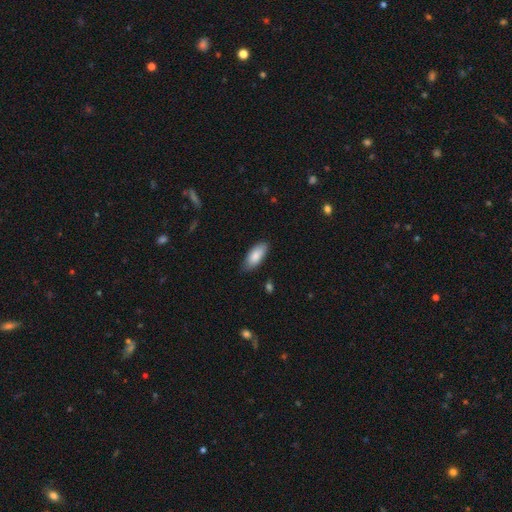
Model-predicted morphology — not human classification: Smooth or featured? Predicted: smooth (p=0.86). How rounded? Predicted: in between (p=0.87). Merging? Predicted: none (p=0.80).